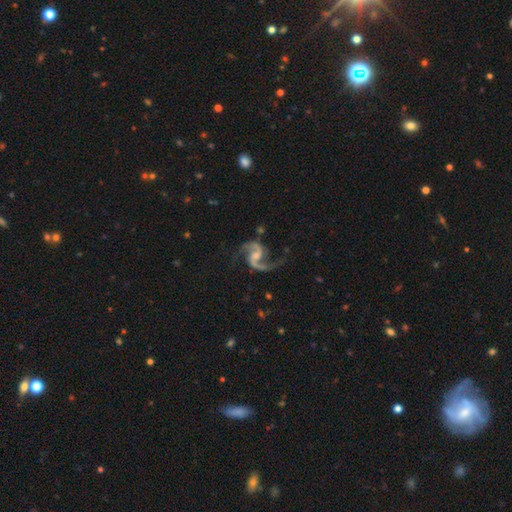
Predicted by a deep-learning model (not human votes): Morphology: type=featured or disk (93%); edge-on=no (98%); bar=weak (49%); spiral arms=yes (98%); winding=loose (55%); arm count=2 (94%); bulge=small (39%); merging=none (70%).